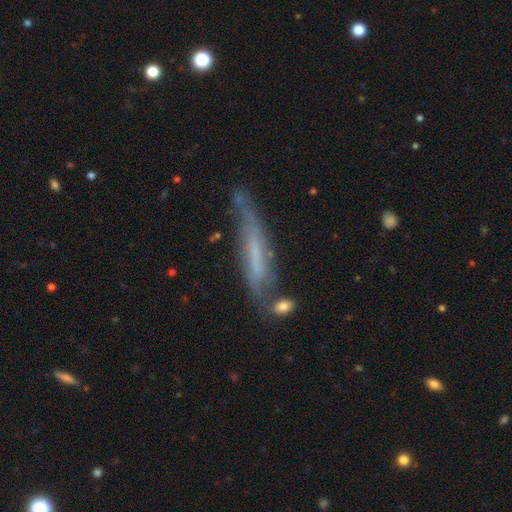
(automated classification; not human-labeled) Smooth or featured? featured or disk (57%)
Edge-on disk? yes (65%)
Merging? none (52%)